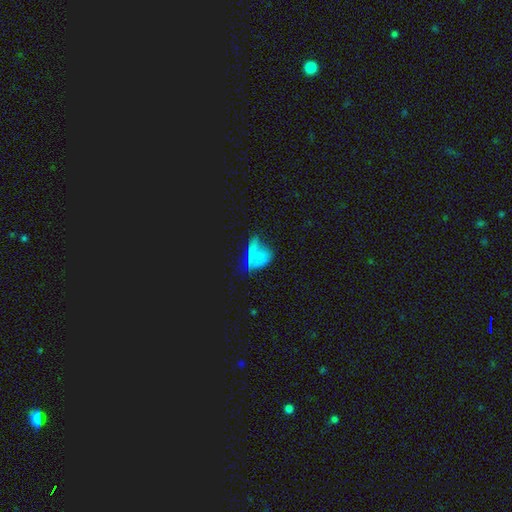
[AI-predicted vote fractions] smooth 47%, star or artifact 35%, featured or disk 19%. Down the decision tree: merging — none (41%).